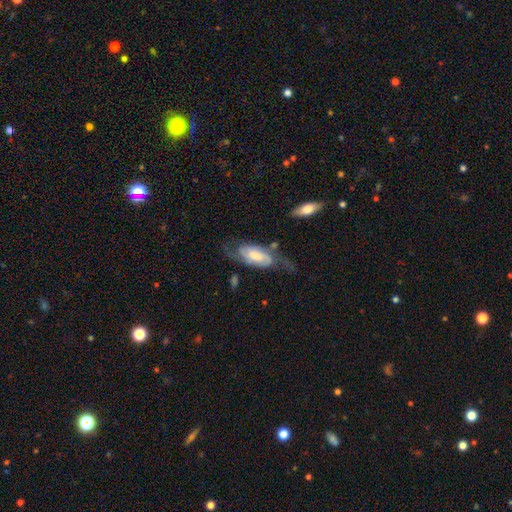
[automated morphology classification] smooth-or-featured: featured or disk: 74% | smooth: 20% | star or artifact: 6%
  disk-edge-on: no: 92% | yes: 8%
    bar: no: 51% | weak: 37% | strong: 12%
    has-spiral-arms: yes: 93% | no: 7%
      spiral-winding: medium: 45% | tight: 31% | loose: 24%
      spiral-arm-count: 2: 81% | can't tell: 10% | 1: 3% | 3: 3% | 4: 1% | more than 4: 1%
    bulge-size: moderate: 36% | small: 33% | large: 16% | none: 11% | dominant: 3%
  merging: none: 48% | minor disturbance: 24% | major disturbance: 23% | merger: 5%